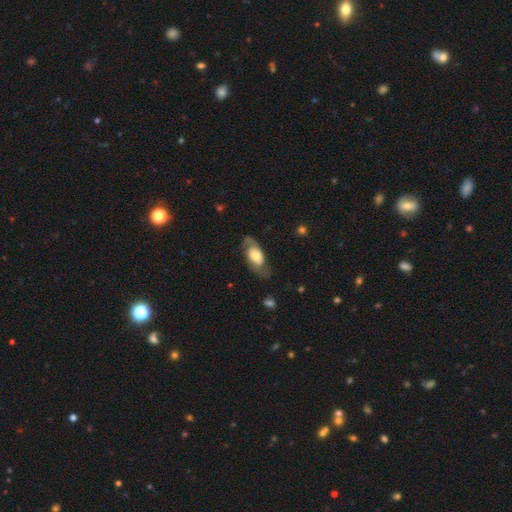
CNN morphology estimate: featured or disk 61%, smooth 33%, star or artifact 6%. Down the decision tree: edge-on disk — no (87%); bar — no (66%); spiral arms — yes (75%); bulge size — moderate (44%); merging — none (71%).